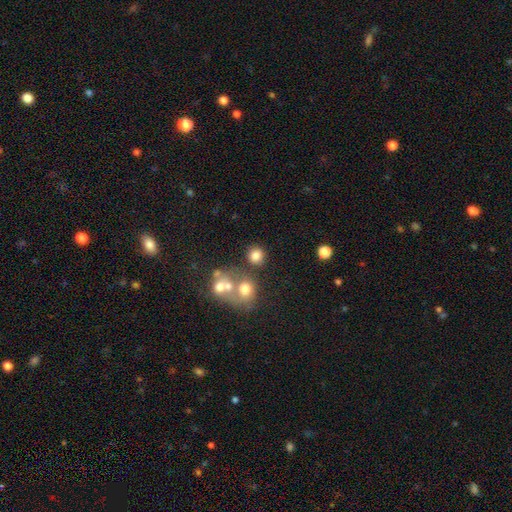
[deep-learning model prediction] The model was most divided on "merging": none: 69%, merger: 17%, minor disturbance: 9%, major disturbance: 5%. More confident: how rounded — round (86%); smooth or featured — smooth (77%).